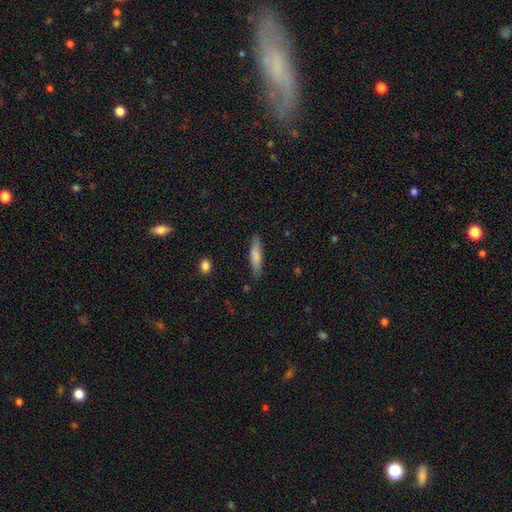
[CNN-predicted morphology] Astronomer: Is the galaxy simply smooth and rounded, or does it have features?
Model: smooth — 75%.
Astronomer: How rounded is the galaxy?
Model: cigar-shaped — 77%.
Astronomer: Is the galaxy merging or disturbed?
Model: none — 83%.